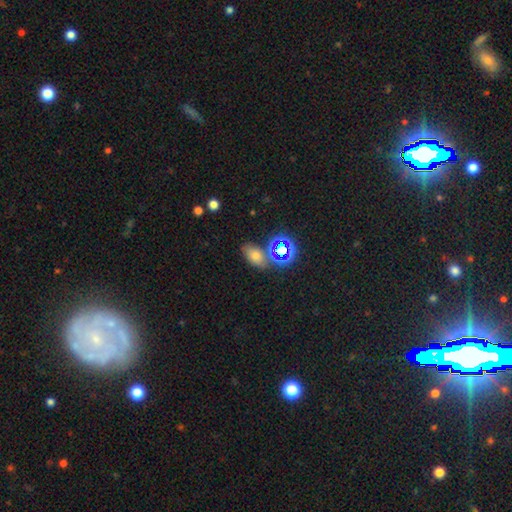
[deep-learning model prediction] Morphology: type=smooth (58%); roundness=in between (81%); merging=none (64%).